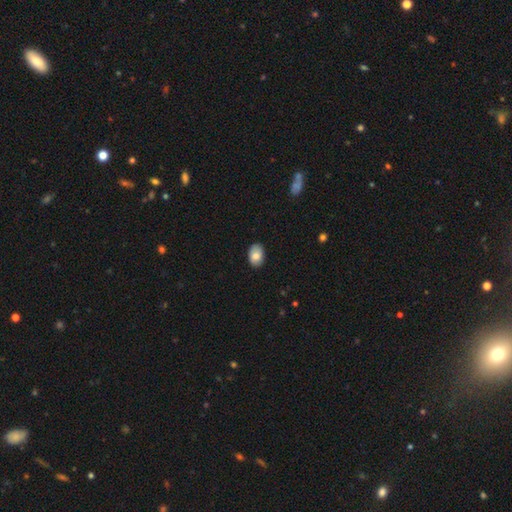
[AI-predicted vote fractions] The model was most divided on "smooth or featured": smooth: 81%, featured or disk: 12%, star or artifact: 7%. More confident: how rounded — in between (88%); merging — none (87%).